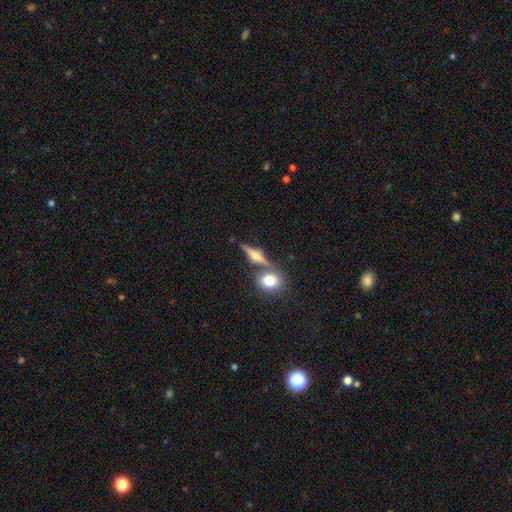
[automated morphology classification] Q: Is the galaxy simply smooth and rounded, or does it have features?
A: featured or disk — 63%.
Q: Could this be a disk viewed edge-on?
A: yes — 93%.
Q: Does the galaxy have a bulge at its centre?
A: rounded — 88%.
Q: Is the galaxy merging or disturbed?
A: none — 71%.